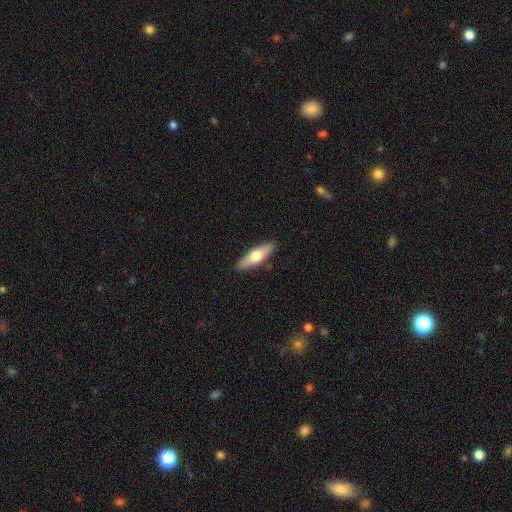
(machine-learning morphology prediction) Q: Smooth or featured?
A: smooth (53%); runner-up: featured or disk (41%)
Q: How rounded?
A: cigar-shaped (55%); runner-up: in between (42%)
Q: Merging?
A: none (89%); runner-up: minor disturbance (8%)